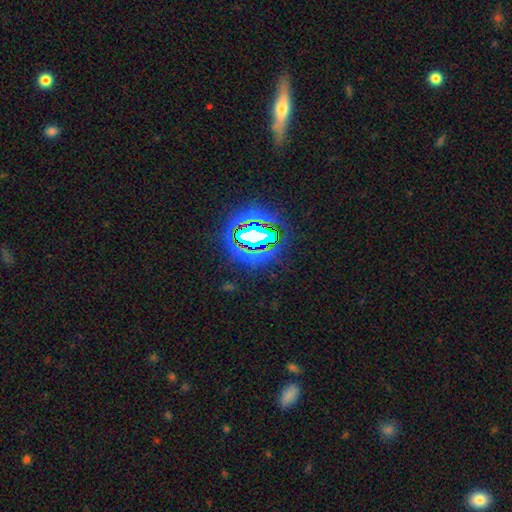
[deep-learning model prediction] Smooth or featured? star or artifact (74%)